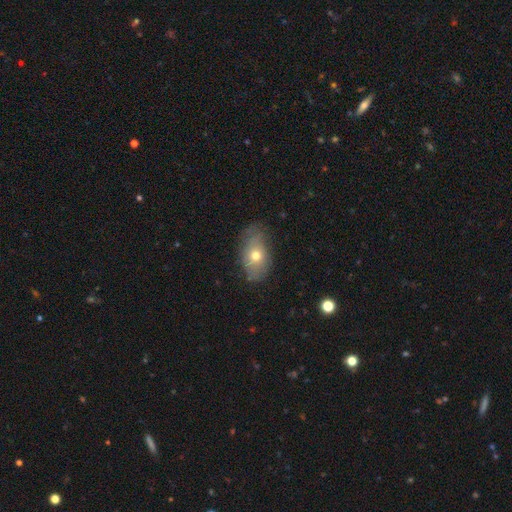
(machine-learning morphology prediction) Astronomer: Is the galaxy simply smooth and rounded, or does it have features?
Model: smooth — 65%.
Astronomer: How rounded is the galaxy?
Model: in between — 85%.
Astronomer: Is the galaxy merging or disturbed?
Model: none — 65%.